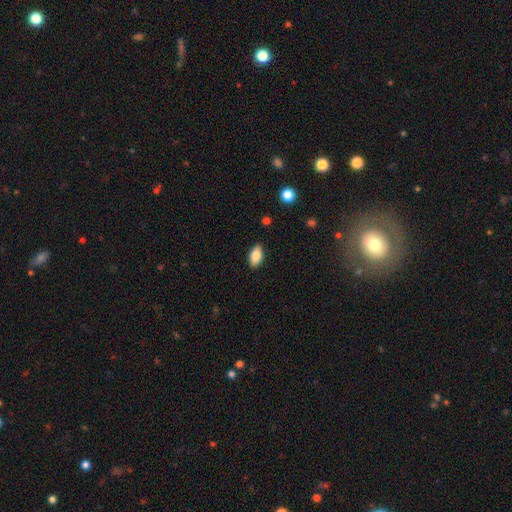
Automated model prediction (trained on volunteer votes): Q: Smooth or featured?
A: smooth (83%); runner-up: featured or disk (10%)
Q: How rounded?
A: in between (90%); runner-up: cigar-shaped (6%)
Q: Merging?
A: none (88%); runner-up: minor disturbance (9%)